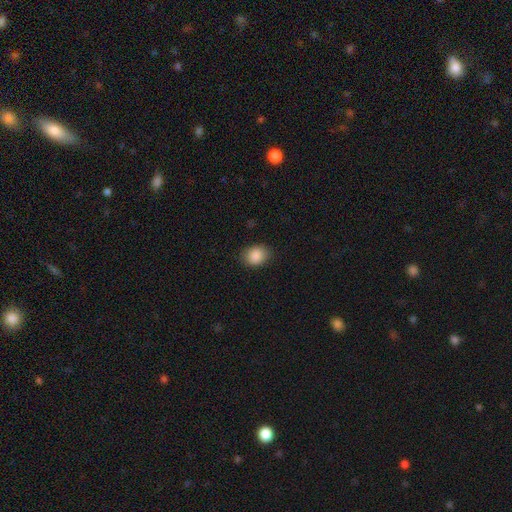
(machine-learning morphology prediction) Q: Smooth or featured?
A: smooth (88%); runner-up: star or artifact (8%)
Q: How rounded?
A: in between (50%); runner-up: round (49%)
Q: Merging?
A: none (86%); runner-up: minor disturbance (11%)